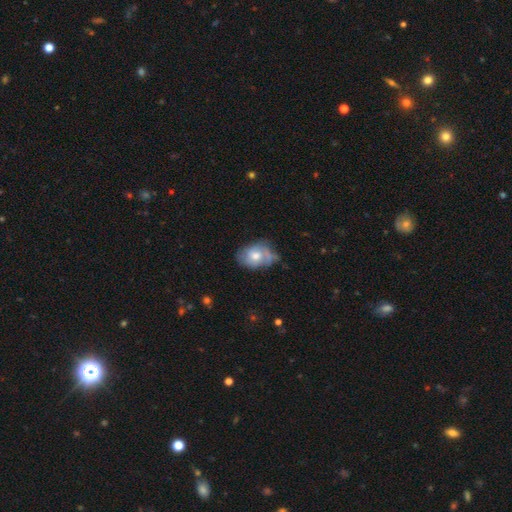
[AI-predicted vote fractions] The model was most divided on "smooth or featured": smooth: 48%, featured or disk: 44%, star or artifact: 8%. More confident: merging — none (51%).